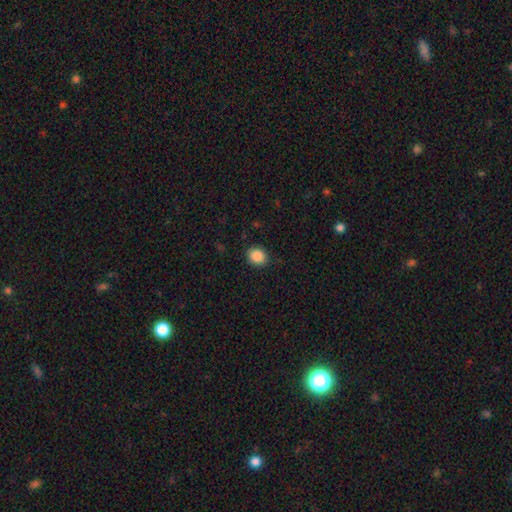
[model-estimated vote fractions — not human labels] Overall: smooth (88%). How rounded: round (72%). Merging: none (89%).